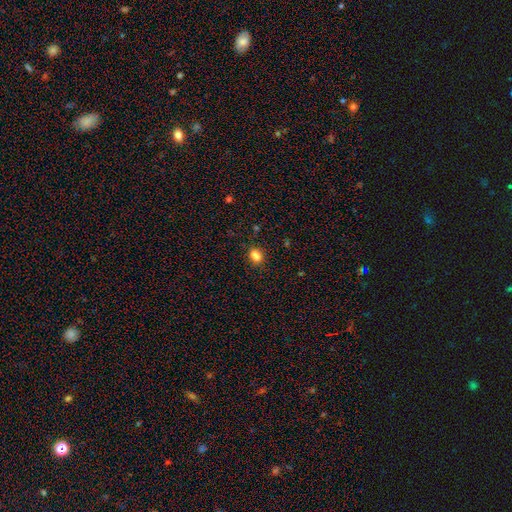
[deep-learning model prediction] Overall: smooth (83%). How rounded: in between (60%; round 38%). Merging: none (79%).